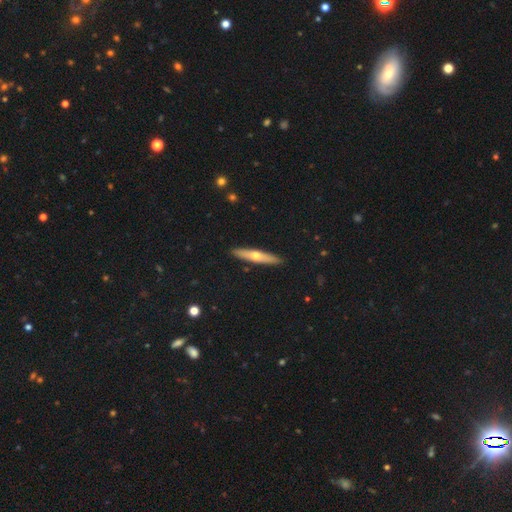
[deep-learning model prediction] A featured or disk galaxy (48%). Merging: none (91%).